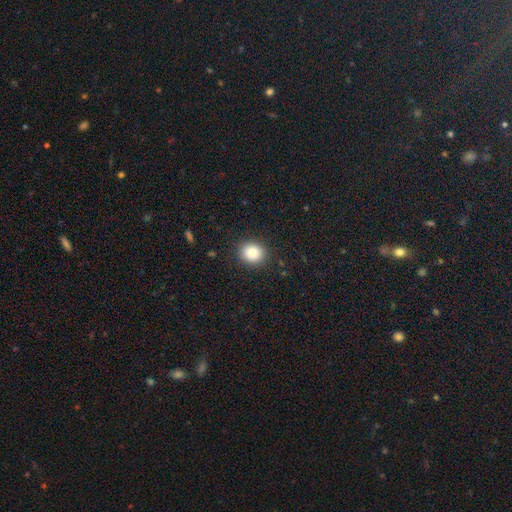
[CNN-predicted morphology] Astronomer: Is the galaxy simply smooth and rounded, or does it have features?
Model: smooth — 73%.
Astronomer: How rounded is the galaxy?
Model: round — 82%.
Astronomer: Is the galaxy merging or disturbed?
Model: none — 92%.